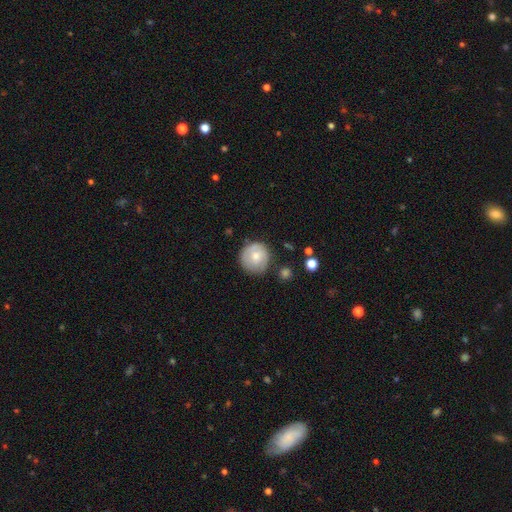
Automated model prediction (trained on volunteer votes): A smooth galaxy with no disk features (61%) that is round (92%).

Vote fractions:
- Smooth or featured? smooth: 61% / featured or disk: 33% / star or artifact: 7%
- How rounded? round: 92% / in between: 7% / cigar-shaped: 1%
- Merging? none: 75% / minor disturbance: 18% / major disturbance: 5% / merger: 3%